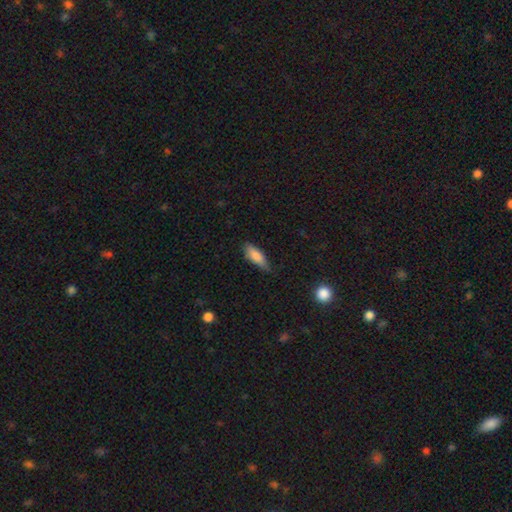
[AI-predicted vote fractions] Smooth or featured: smooth — 82% (featured or disk — 12%)
How rounded: in between — 62% (cigar-shaped — 36%)
Merging: none — 66% (minor disturbance — 28%)